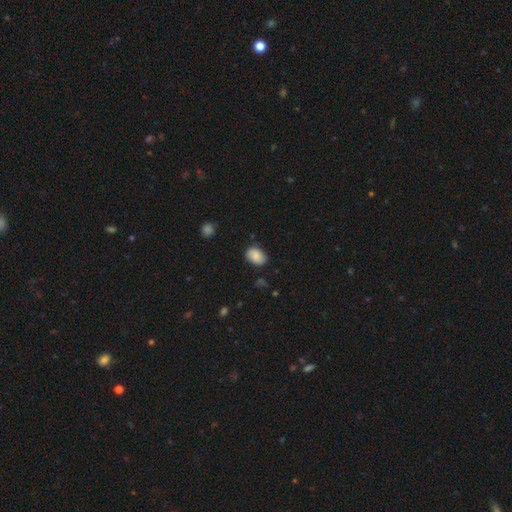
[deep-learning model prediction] smooth 81%, featured or disk 12%, star or artifact 8%. Down the decision tree: how rounded — in between (81%); merging — none (78%).